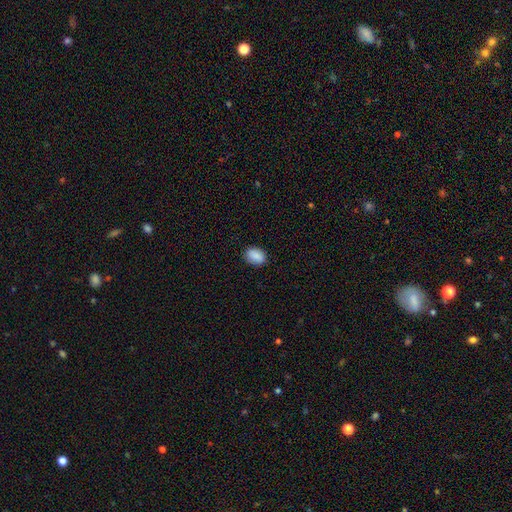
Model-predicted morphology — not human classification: A smooth galaxy with no disk features (88%) that is in between round and cigar-shaped (76%). Merging: none (85%).